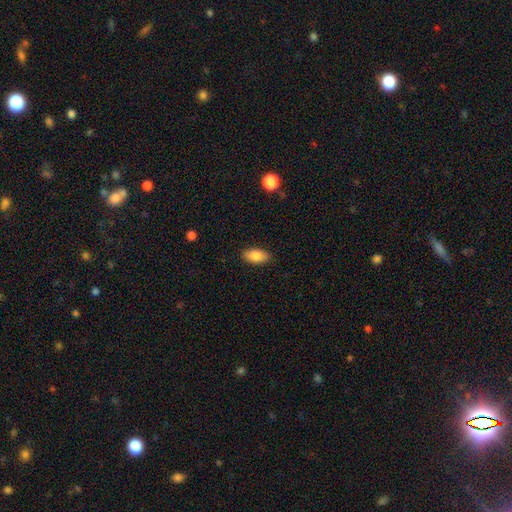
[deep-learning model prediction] The model was most divided on "smooth or featured": smooth: 85%, featured or disk: 8%, star or artifact: 7%. More confident: how rounded — in between (91%); merging — none (88%).